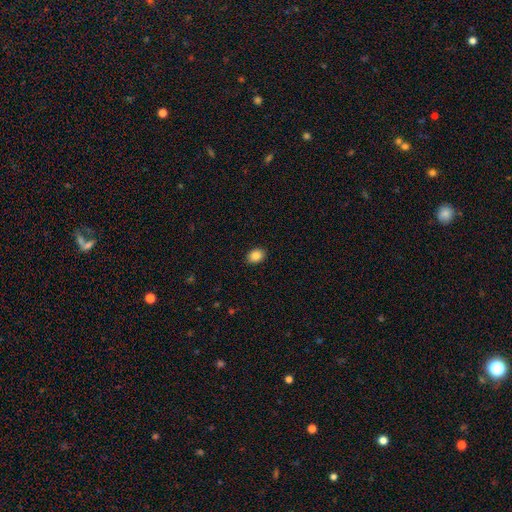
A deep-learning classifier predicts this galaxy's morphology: This is clearly a smooth galaxy (87%). How rounded: likely in between (66%). Merging: clearly none (91%).